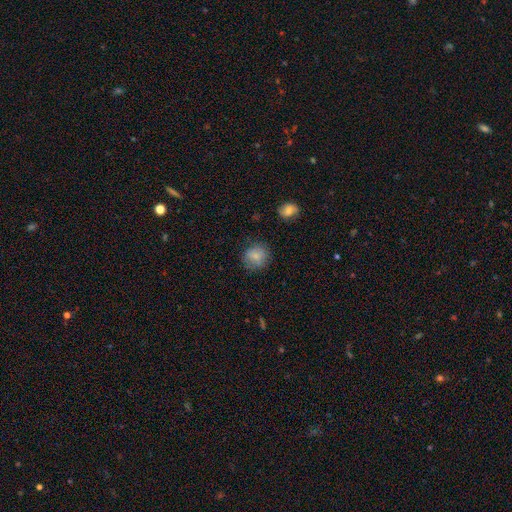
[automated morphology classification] A smooth galaxy with no disk features (80%) that is round (82%). Merging: none (78%).